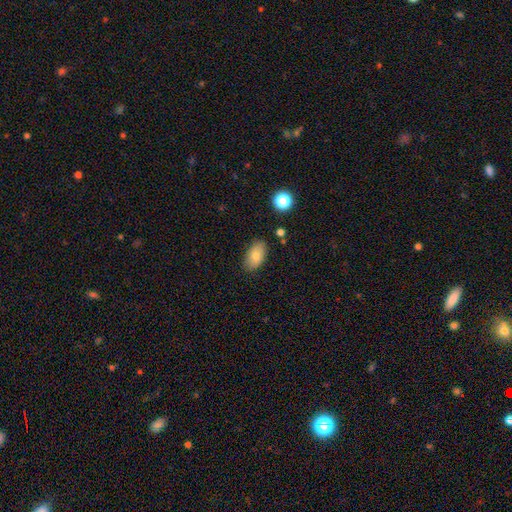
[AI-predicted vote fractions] Smooth or featured? smooth (79%)
How rounded? in between (92%)
Merging? none (82%)